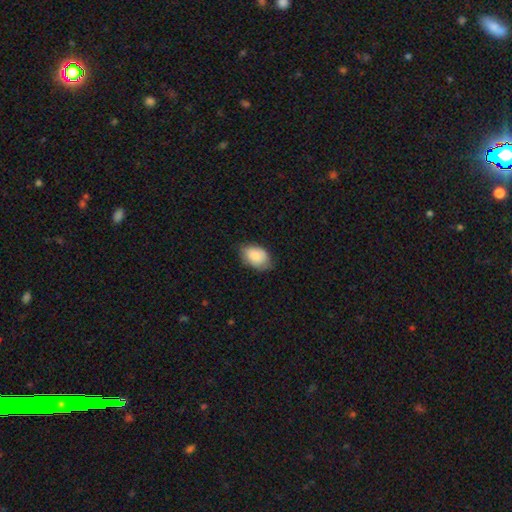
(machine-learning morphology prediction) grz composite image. It shows a smooth galaxy with no disk features (85%) that is in between round and cigar-shaped (87%). Merging: none (71%).